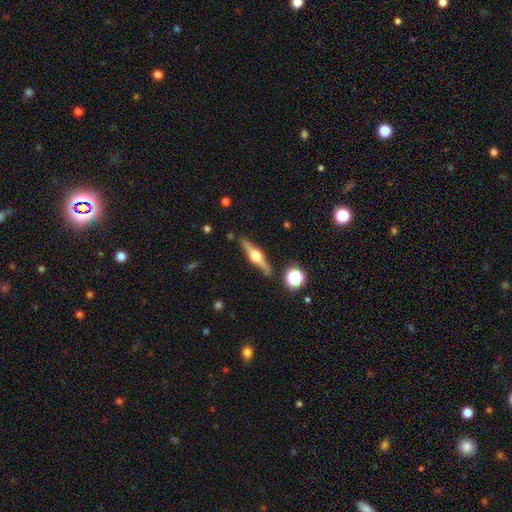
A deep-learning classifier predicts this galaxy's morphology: Q: Smooth or featured?
A: featured or disk (75%); runner-up: smooth (18%)
Q: Edge-on disk?
A: yes (97%); runner-up: no (3%)
Q: Edge-on bulge?
A: rounded (95%); runner-up: boxy (3%)
Q: Merging?
A: none (88%); runner-up: minor disturbance (8%)